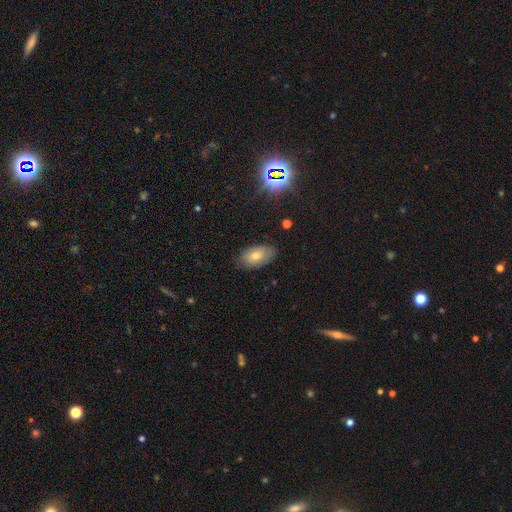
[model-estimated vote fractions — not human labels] smooth 67%, featured or disk 18%, star or artifact 15%. Down the decision tree: how rounded — in between (92%); merging — none (82%).